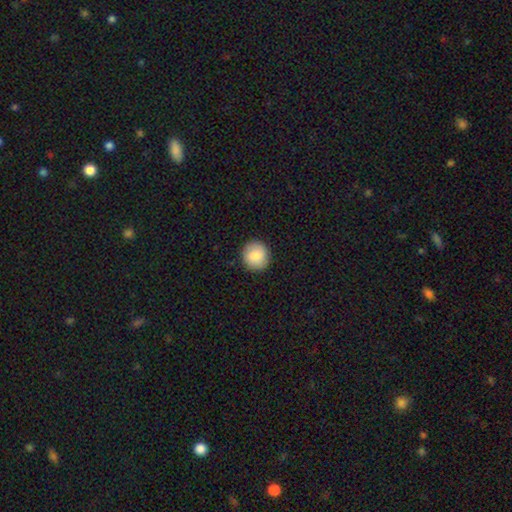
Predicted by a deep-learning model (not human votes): The model was most divided on "smooth or featured": smooth: 86%, featured or disk: 8%, star or artifact: 7%. More confident: how rounded — round (92%); merging — none (91%).